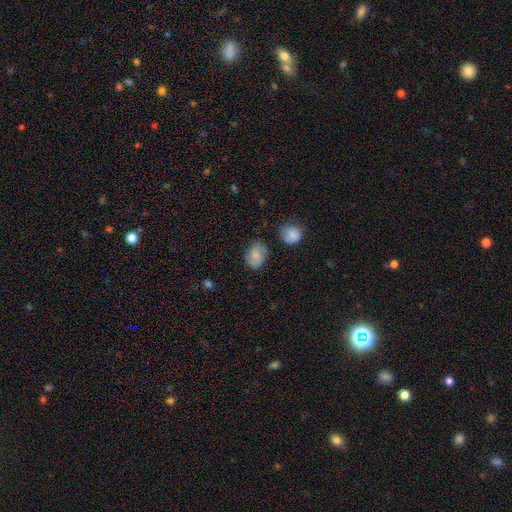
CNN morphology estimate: Smooth or featured: smooth — 57% (featured or disk — 34%)
How rounded: in between — 67% (round — 32%)
Merging: none — 72% (minor disturbance — 20%)